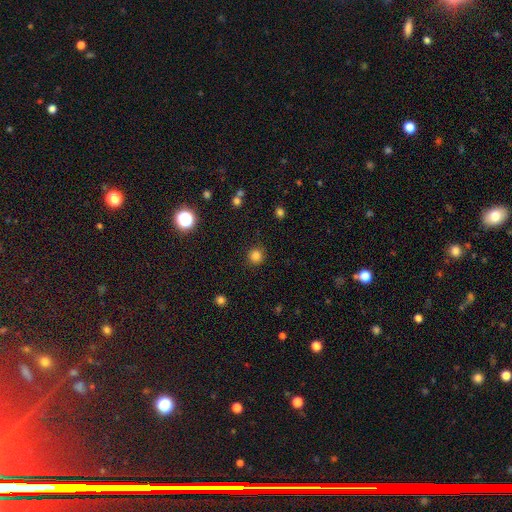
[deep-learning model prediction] Smooth or featured? Predicted: smooth (p=0.83). How rounded? Predicted: round (p=0.93). Merging? Predicted: none (p=0.90).